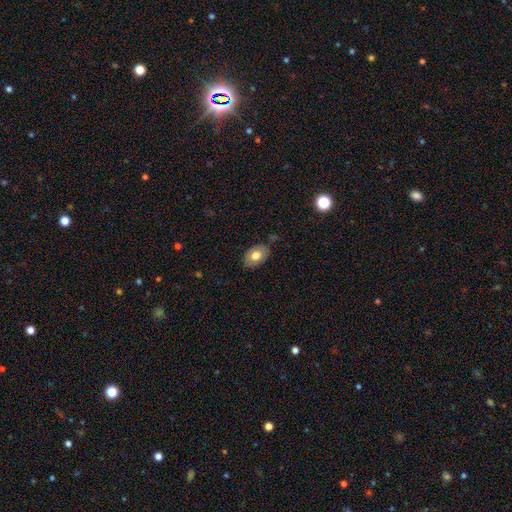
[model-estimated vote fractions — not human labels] Overall: smooth (72%). How rounded: in between (84%). Merging: none (80%).